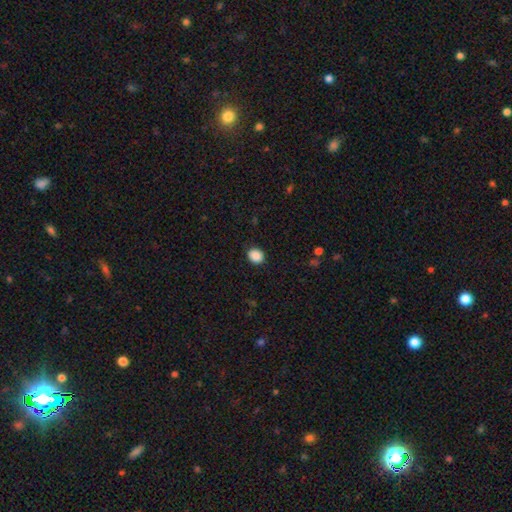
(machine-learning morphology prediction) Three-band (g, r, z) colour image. It shows a smooth galaxy with no disk features (89%) that is round (64%). Merging: none (89%).